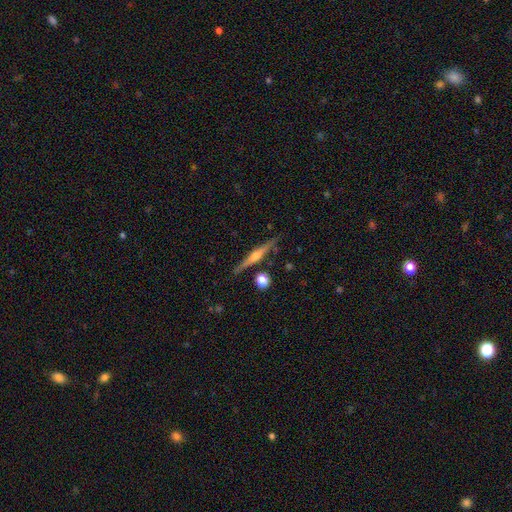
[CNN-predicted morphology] This is likely a featured or disk galaxy (73%). It is clearly viewed edge-on (97%). Edge-on bulge: clearly rounded (85%). Merging: clearly none (85%).